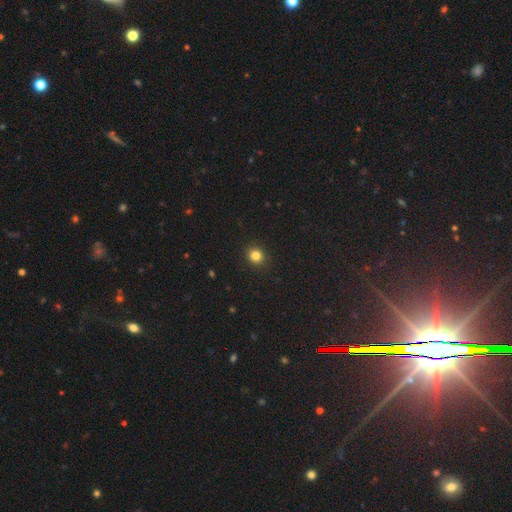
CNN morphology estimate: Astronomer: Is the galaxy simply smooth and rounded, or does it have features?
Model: smooth — 83%.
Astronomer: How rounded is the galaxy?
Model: round — 84%.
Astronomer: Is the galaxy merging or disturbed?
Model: none — 91%.